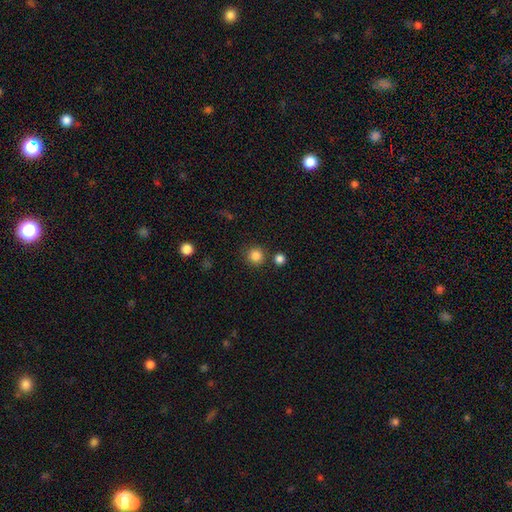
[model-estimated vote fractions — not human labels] A smooth galaxy with no disk features (85%) that is round (94%).

Vote fractions:
- Smooth or featured? smooth: 85% / star or artifact: 12% / featured or disk: 4%
- How rounded? round: 94% / in between: 5% / cigar-shaped: 1%
- Merging? none: 83% / minor disturbance: 7% / merger: 7% / major disturbance: 3%